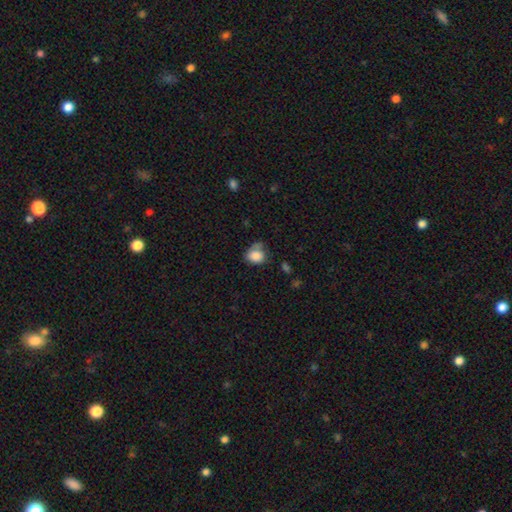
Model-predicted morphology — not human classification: Smooth or featured? Predicted: smooth (p=0.84). How rounded? Predicted: round (p=0.53). Merging? Predicted: none (p=0.50).